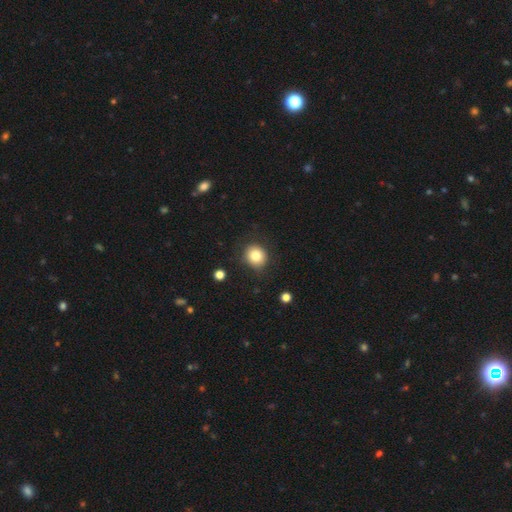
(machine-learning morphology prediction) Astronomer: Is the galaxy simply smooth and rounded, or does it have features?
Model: smooth — 81%.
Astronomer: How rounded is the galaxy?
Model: round — 79%.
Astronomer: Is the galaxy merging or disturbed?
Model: none — 83%.